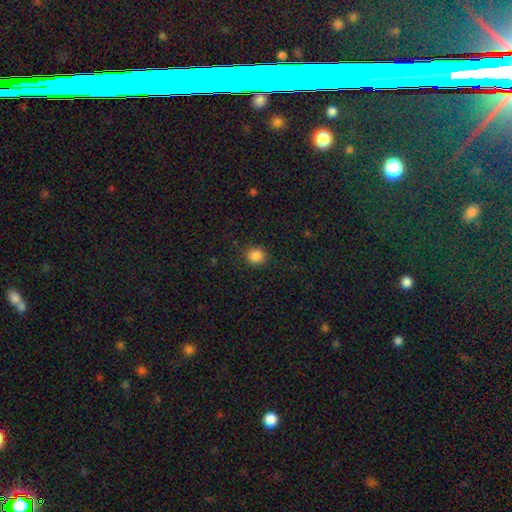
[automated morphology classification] This appears to be a smooth galaxy with no disk features (86%) that is round (85%). Merging: none (88%).